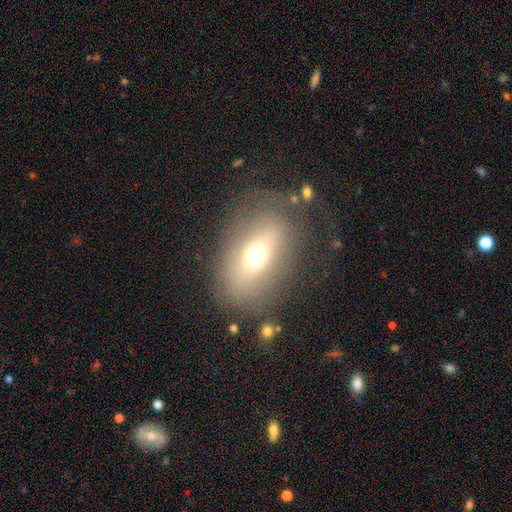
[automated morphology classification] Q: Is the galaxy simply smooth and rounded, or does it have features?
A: smooth — 56%.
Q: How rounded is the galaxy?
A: in between — 75%.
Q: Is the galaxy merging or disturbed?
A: none — 66%.